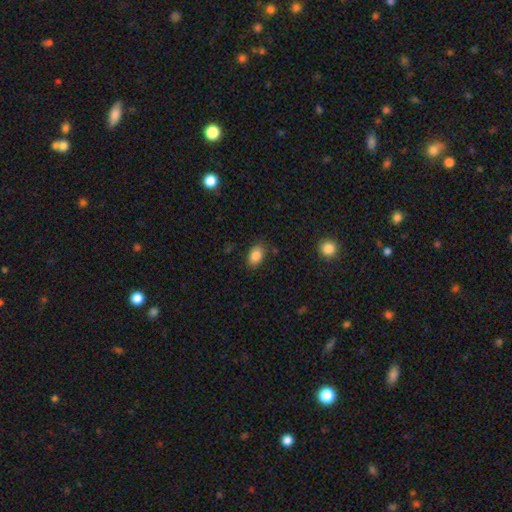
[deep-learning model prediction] Smooth or featured? smooth (86%)
How rounded? in between (89%)
Merging? none (81%)